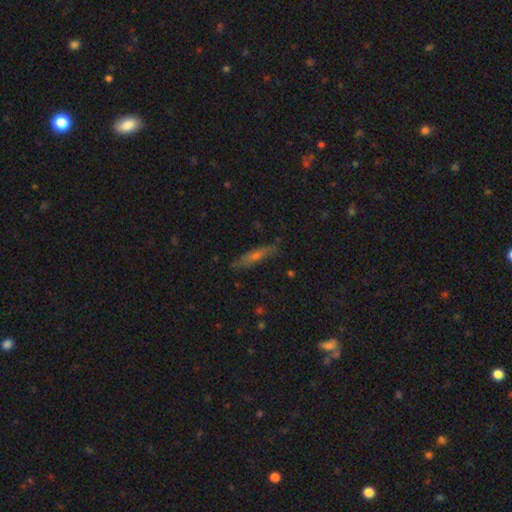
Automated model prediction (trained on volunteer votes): Smooth or featured? Predicted: featured or disk (p=0.51). Edge-on disk? Predicted: yes (p=0.88). Merging? Predicted: none (p=0.86).